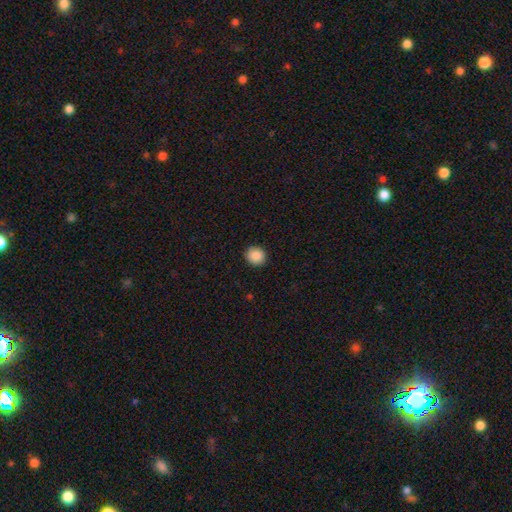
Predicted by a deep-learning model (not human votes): smooth_or_featured: smooth (p=0.89) [alt: star or artifact p=0.08]
how_rounded: round (p=0.87) [alt: in between p=0.12]
merging: none (p=0.91) [alt: minor disturbance p=0.06]